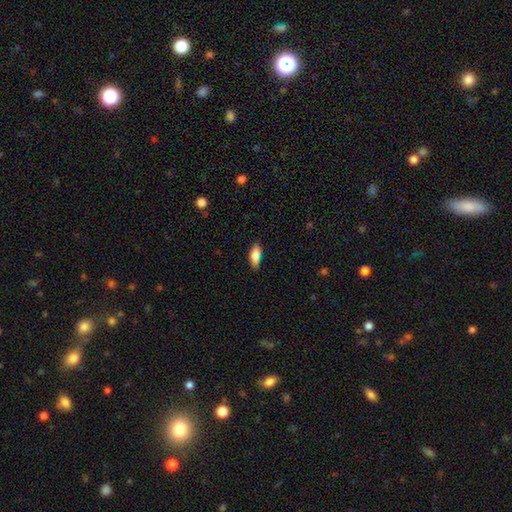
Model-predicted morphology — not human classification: type=smooth (79%); roundness=in between (80%); merging=none (75%).